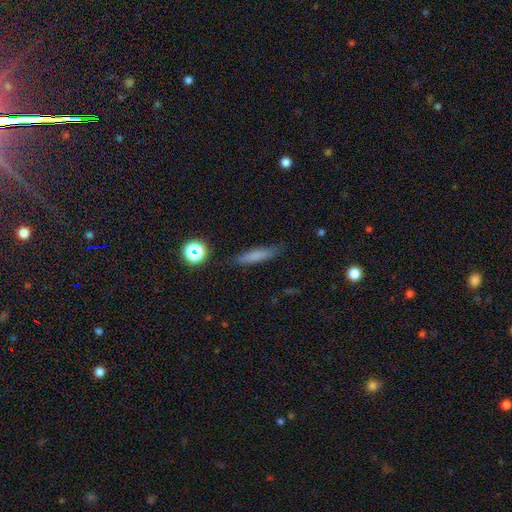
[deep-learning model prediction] Smooth or featured? smooth (73%)
How rounded? cigar-shaped (82%)
Merging? none (82%)